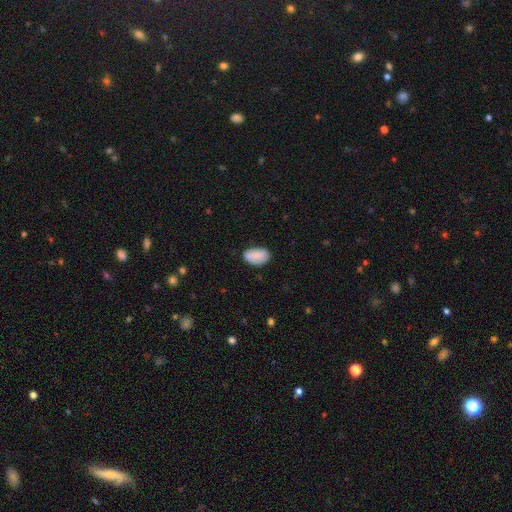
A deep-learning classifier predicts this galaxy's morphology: smooth 85%, featured or disk 8%, star or artifact 7%. Down the decision tree: how rounded — in between (91%); merging — none (76%).